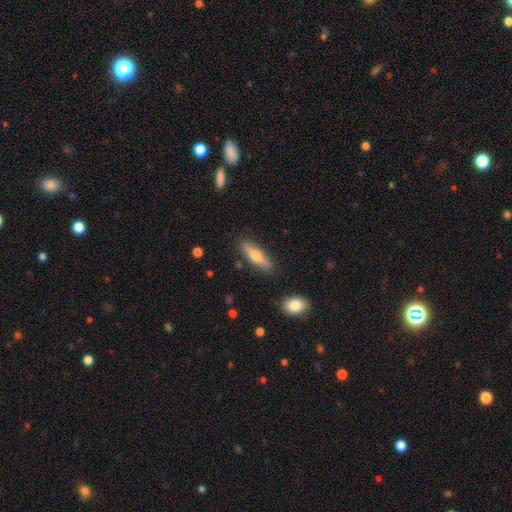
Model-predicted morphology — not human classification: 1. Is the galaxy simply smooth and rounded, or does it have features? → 68% smooth, 26% featured or disk, 6% star or artifact.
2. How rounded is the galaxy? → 62% cigar-shaped, 36% in between, 2% round.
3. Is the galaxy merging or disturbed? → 84% none, 11% minor disturbance, 3% merger, 2% major disturbance.